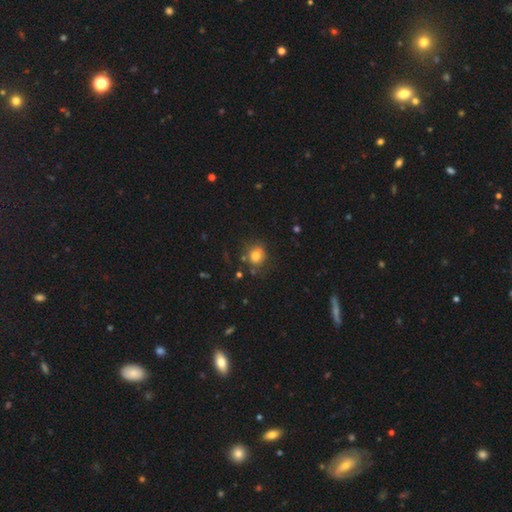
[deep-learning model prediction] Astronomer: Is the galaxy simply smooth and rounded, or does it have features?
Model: smooth — 79%.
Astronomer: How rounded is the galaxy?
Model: round — 77%.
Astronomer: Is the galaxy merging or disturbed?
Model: none — 74%.